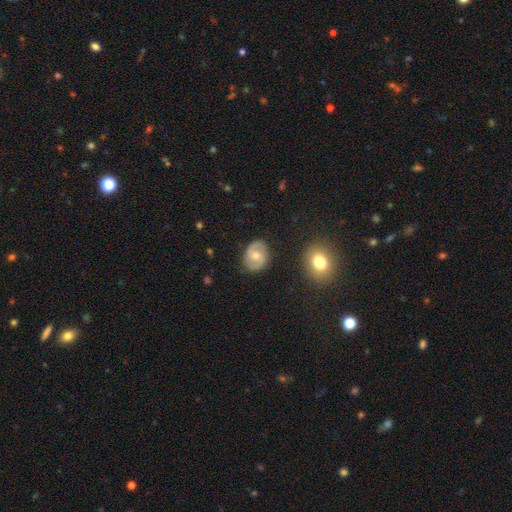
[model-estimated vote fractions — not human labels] Morphology: type=featured or disk (69%); edge-on=no (97%); bar=no (53%); spiral arms=yes (88%); winding=medium (48%); arm count=2 (89%); bulge=moderate (63%); merging=none (84%).